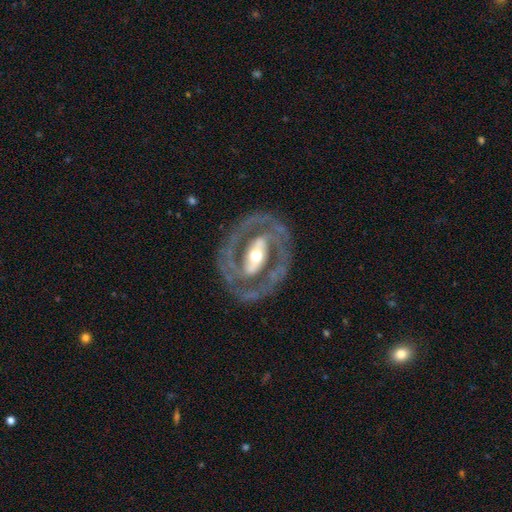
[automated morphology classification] This appears to be a featured or disk galaxy (90%) with a strong bar (58%), 2 (86%) tight (49%) spiral arms (92%) and a moderate central bulge (66%). Merging: none (79%).